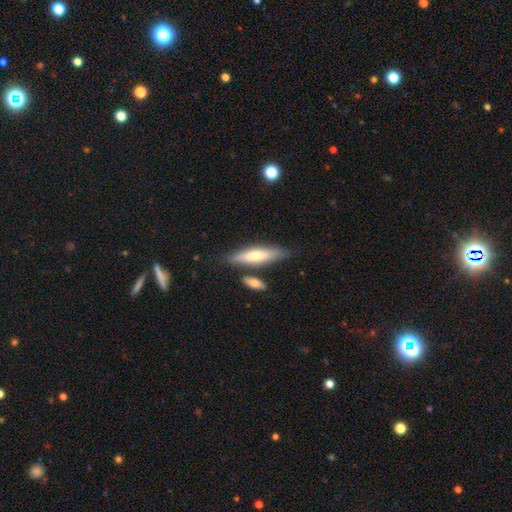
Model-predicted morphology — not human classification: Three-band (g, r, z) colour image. It shows a smooth galaxy with no disk features (54%) that is cigar-shaped (73%). Merging: none (74%).